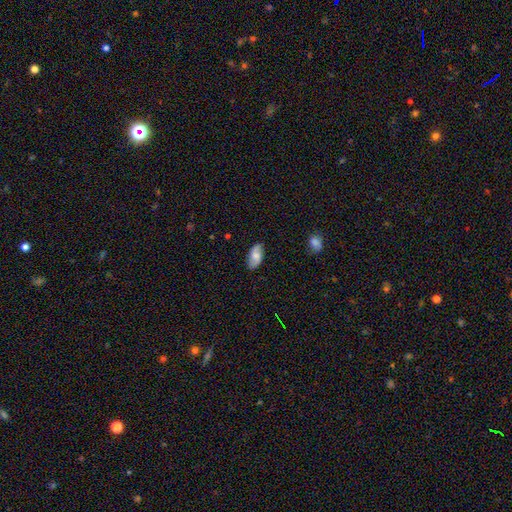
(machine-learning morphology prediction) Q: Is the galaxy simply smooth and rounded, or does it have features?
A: smooth — 59%.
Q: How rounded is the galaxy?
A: in between — 92%.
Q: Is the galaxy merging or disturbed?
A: none — 82%.